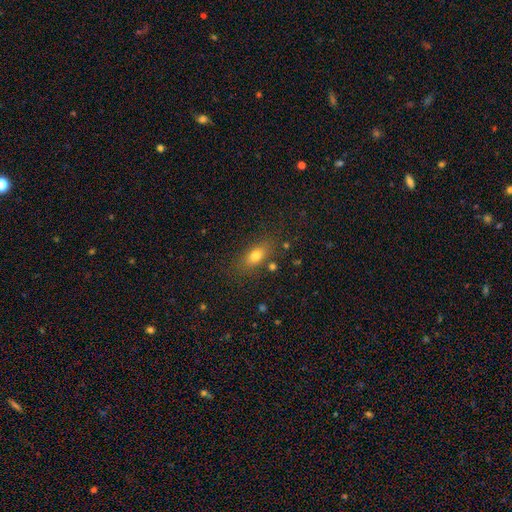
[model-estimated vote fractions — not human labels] Q: Smooth or featured?
A: smooth (75%); runner-up: featured or disk (13%)
Q: How rounded?
A: in between (78%); runner-up: cigar-shaped (13%)
Q: Merging?
A: none (78%); runner-up: minor disturbance (13%)